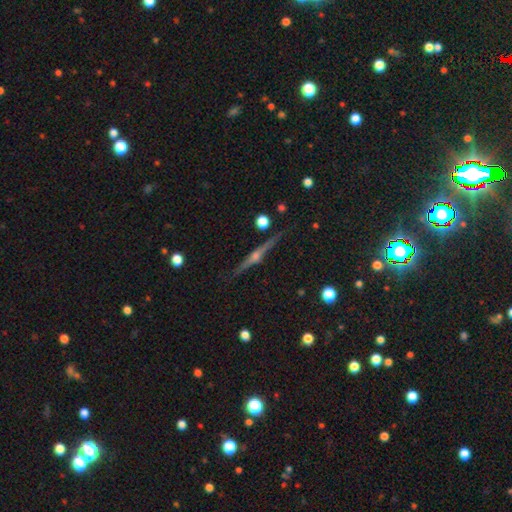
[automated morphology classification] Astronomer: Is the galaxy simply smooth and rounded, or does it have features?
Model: featured or disk — 83%.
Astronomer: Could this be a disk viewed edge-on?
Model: yes — 98%.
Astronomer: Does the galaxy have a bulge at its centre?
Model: rounded — 91%.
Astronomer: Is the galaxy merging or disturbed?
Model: none — 90%.